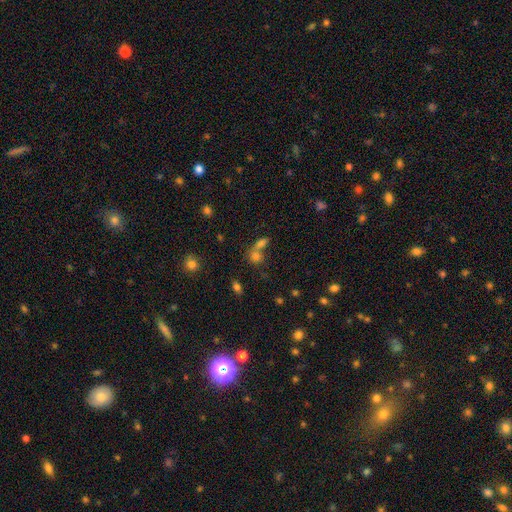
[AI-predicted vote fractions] smooth 73%, star or artifact 17%, featured or disk 11%. Down the decision tree: how rounded — round (52%); merging — merger (50%).